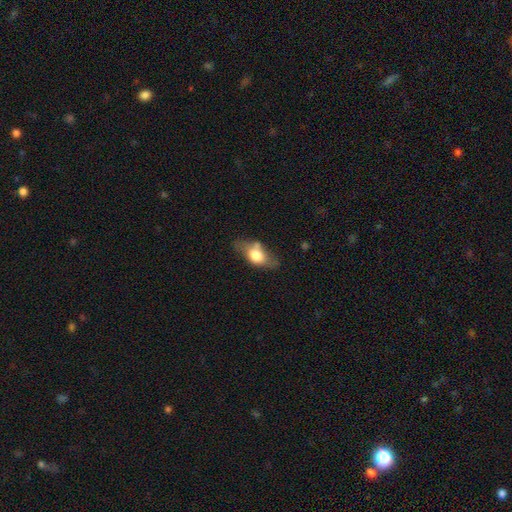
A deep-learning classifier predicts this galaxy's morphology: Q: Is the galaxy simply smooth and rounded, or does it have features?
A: smooth — 66%.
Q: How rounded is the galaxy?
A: in between — 84%.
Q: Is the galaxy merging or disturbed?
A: none — 53%.